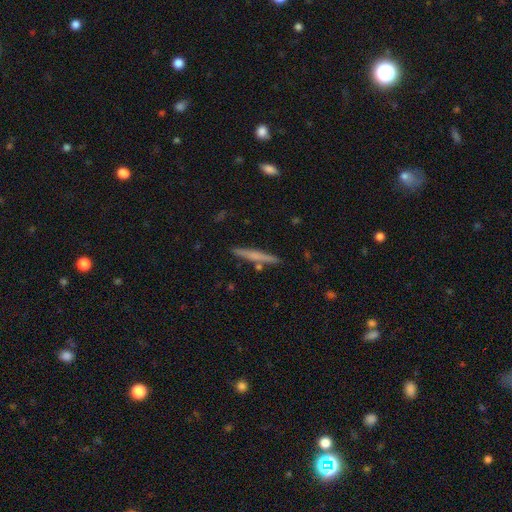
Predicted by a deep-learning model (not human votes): smooth_or_featured: smooth (p=0.51) [alt: featured or disk p=0.43]
how_rounded: cigar-shaped (p=0.96) [alt: in between p=0.03]
merging: none (p=0.86) [alt: minor disturbance p=0.08]